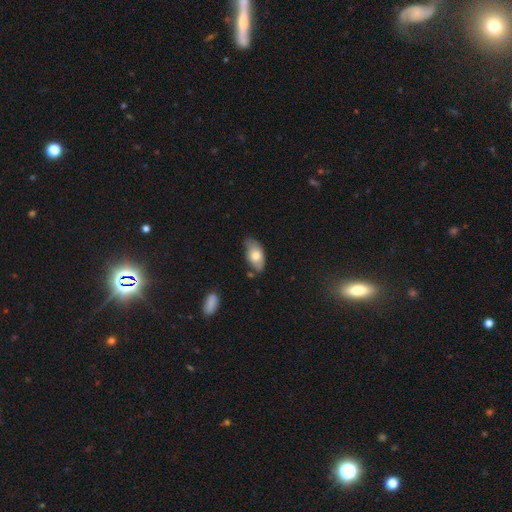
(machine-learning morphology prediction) A smooth galaxy with no disk features (70%) that is in between round and cigar-shaped (92%).

Vote fractions:
- Smooth or featured? smooth: 70% / featured or disk: 23% / star or artifact: 7%
- How rounded? in between: 92% / round: 4% / cigar-shaped: 3%
- Merging? none: 63% / minor disturbance: 28% / major disturbance: 5% / merger: 4%